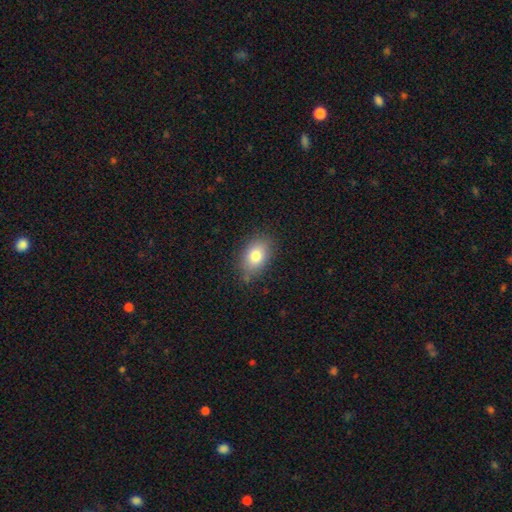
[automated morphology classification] type=smooth (79%); roundness=in between (82%); merging=none (81%).